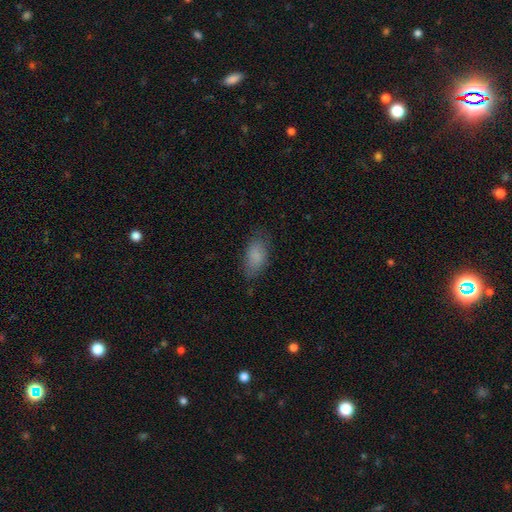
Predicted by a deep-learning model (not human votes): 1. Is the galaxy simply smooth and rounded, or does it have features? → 84% smooth, 8% featured or disk, 7% star or artifact.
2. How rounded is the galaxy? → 91% in between, 5% cigar-shaped, 4% round.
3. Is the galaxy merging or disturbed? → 75% none, 19% minor disturbance, 5% major disturbance, 1% merger.